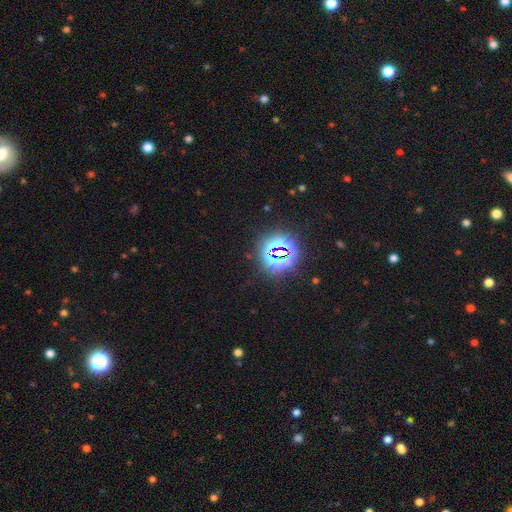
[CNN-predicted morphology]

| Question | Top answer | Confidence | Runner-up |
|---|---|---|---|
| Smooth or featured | star or artifact | 78% | smooth (16%) |